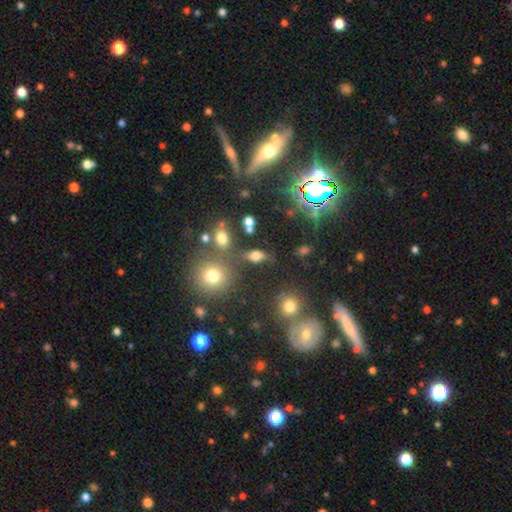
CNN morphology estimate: This is likely a smooth galaxy (63%). How rounded: likely in between (70%). Merging: likely none (62%).